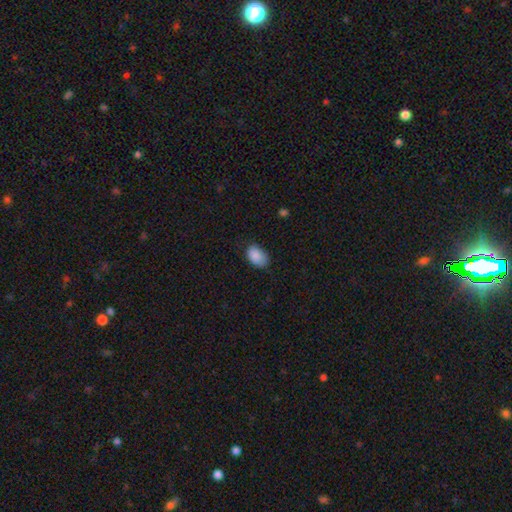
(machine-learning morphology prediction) smooth_or_featured: smooth (p=0.87) [alt: star or artifact p=0.07]
how_rounded: in between (p=0.88) [alt: round p=0.11]
merging: none (p=0.71) [alt: minor disturbance p=0.24]